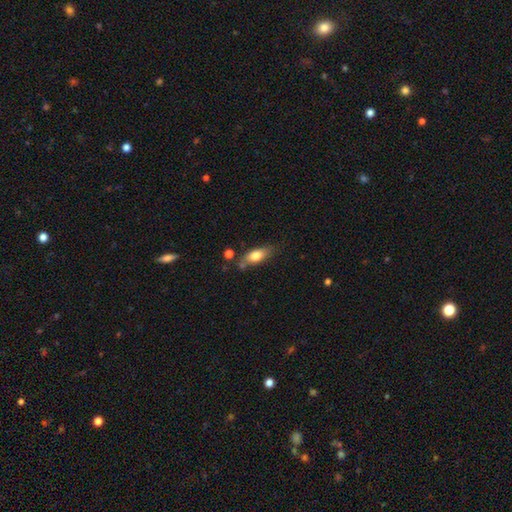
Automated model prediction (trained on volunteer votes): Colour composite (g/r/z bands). It shows a smooth galaxy with no disk features (75%) that is in between round and cigar-shaped (77%). Merging: none (62%).